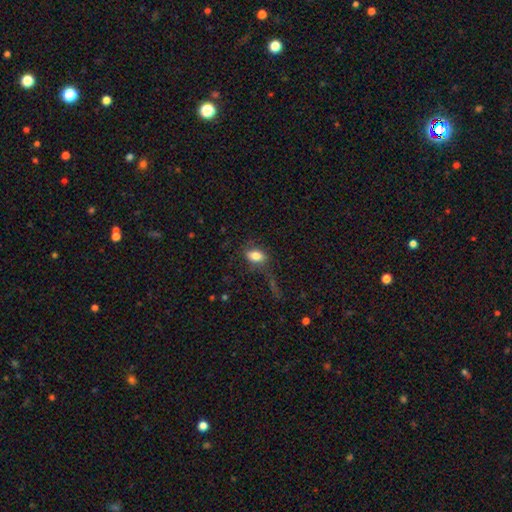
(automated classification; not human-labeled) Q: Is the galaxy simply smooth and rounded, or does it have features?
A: smooth — 80%.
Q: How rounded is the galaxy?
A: in between — 86%.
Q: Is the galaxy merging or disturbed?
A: none — 67%.